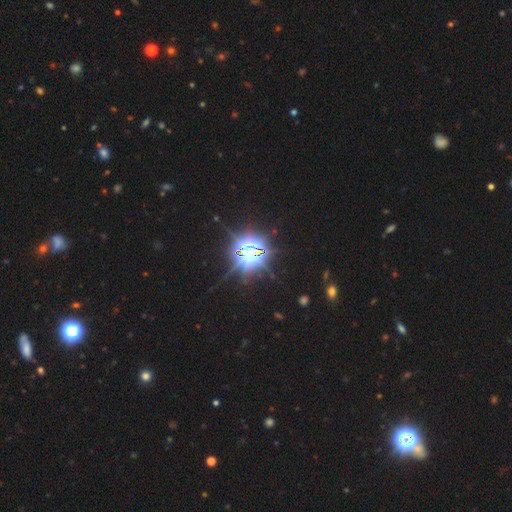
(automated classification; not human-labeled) Morphology: type=star or artifact (80%).